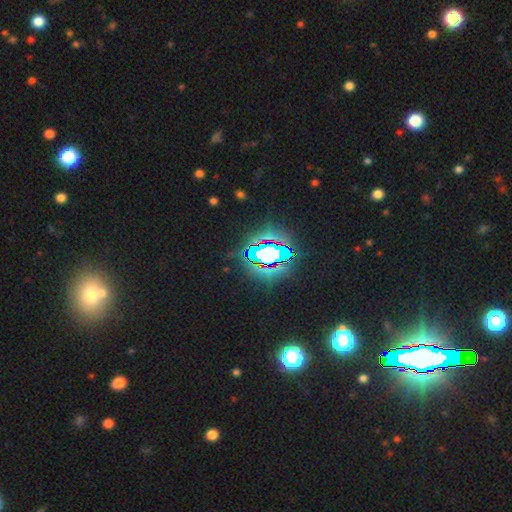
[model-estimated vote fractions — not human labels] smooth_or_featured: star or artifact (p=0.72) [alt: smooth p=0.16]